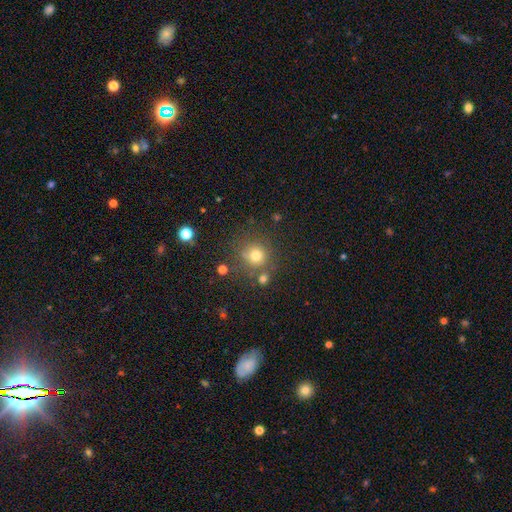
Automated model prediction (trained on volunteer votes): Smooth or featured: smooth — 74% (star or artifact — 17%)
How rounded: round — 91% (in between — 8%)
Merging: none — 75% (minor disturbance — 11%)